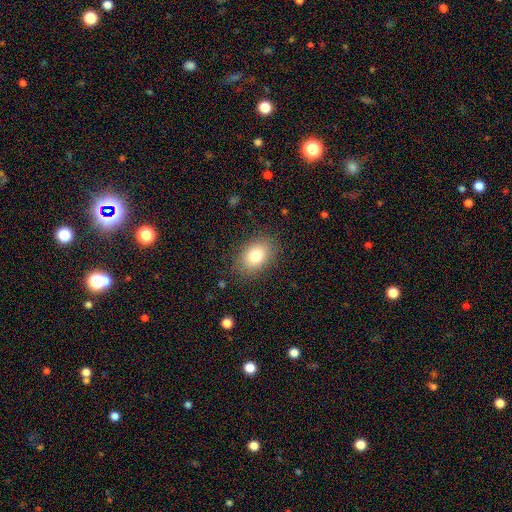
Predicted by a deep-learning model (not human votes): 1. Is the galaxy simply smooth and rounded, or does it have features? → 80% smooth, 11% featured or disk, 9% star or artifact.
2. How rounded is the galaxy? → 79% in between, 20% round, 1% cigar-shaped.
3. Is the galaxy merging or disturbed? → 84% none, 11% minor disturbance, 4% major disturbance, 1% merger.